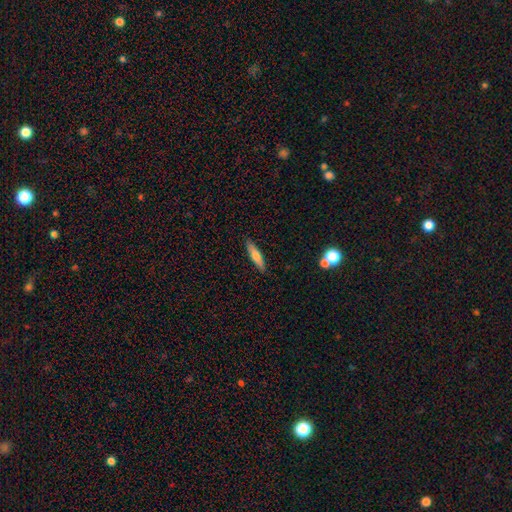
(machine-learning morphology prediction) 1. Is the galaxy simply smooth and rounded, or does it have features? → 64% smooth, 29% featured or disk, 7% star or artifact.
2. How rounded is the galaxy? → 79% cigar-shaped, 20% in between, 2% round.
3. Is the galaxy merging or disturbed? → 89% none, 8% minor disturbance, 2% major disturbance, 2% merger.